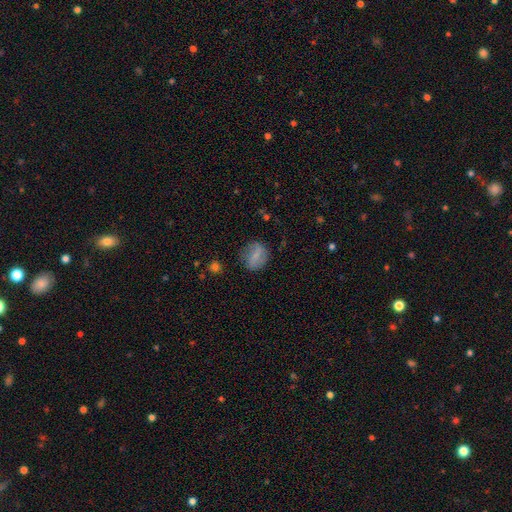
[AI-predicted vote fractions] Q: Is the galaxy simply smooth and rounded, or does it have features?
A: smooth — 62%.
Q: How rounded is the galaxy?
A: in between — 50%.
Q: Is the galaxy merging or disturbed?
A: none — 72%.